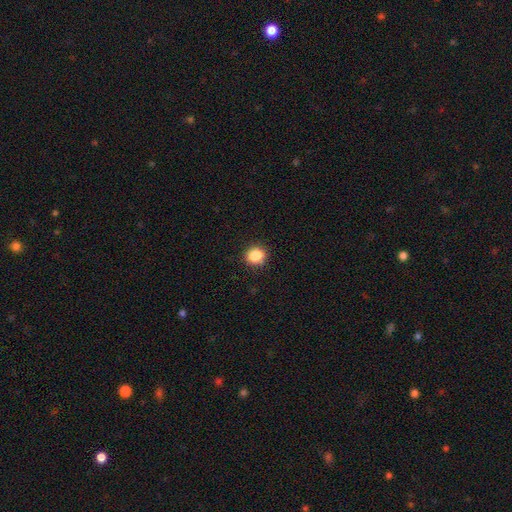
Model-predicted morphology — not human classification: Smooth or featured? smooth (86%)
How rounded? round (84%)
Merging? none (89%)